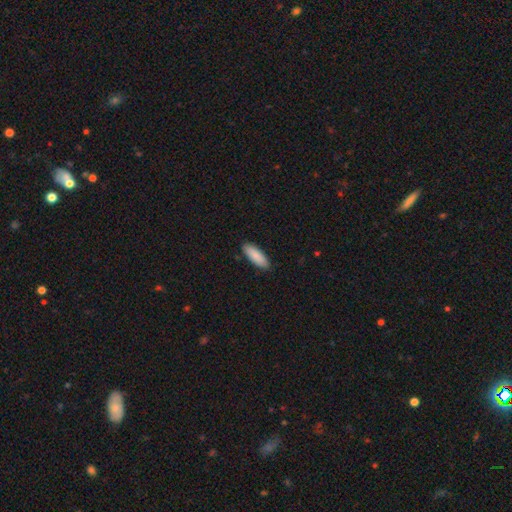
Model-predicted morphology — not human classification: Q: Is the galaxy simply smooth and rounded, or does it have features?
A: smooth — 89%.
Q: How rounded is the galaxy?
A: in between — 61%.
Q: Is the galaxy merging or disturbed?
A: none — 88%.